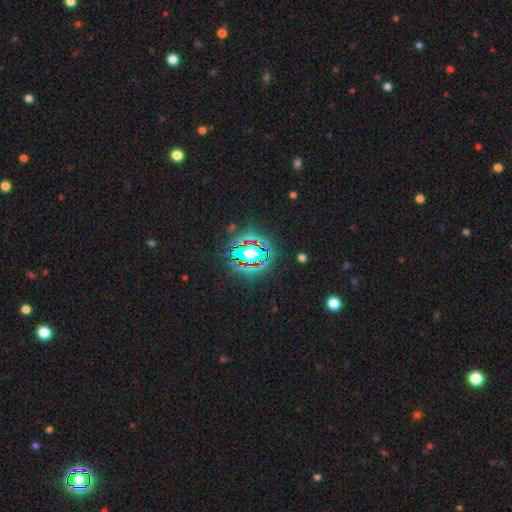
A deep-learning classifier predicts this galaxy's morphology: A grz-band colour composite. It shows a star or artifact, not a galaxy (81%).